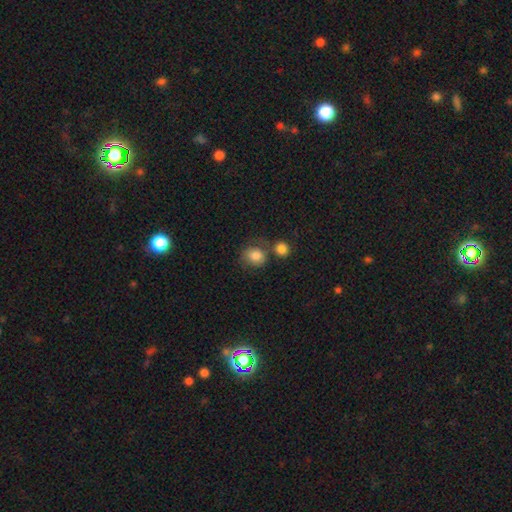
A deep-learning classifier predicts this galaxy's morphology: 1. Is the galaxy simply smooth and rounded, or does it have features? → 82% smooth, 9% featured or disk, 9% star or artifact.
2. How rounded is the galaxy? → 72% round, 27% in between, 1% cigar-shaped.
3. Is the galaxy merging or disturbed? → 49% none, 27% merger, 17% minor disturbance, 8% major disturbance.